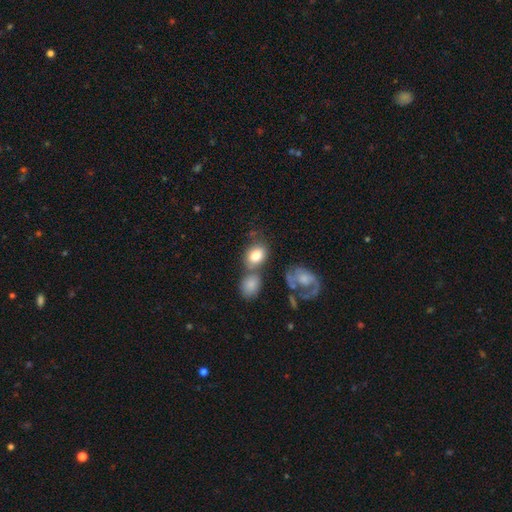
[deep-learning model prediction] The model was most divided on "merging": none: 44%, merger: 33%, minor disturbance: 15%, major disturbance: 8%. More confident: smooth or featured — smooth (78%); how rounded — in between (73%).